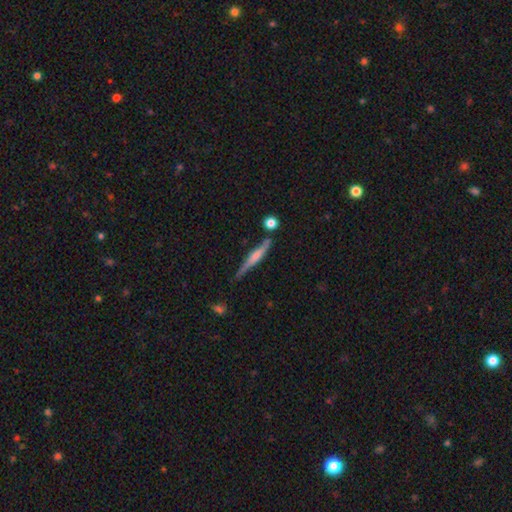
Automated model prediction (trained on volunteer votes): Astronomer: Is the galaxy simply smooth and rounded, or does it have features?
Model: featured or disk — 71%.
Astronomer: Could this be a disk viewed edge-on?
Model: yes — 97%.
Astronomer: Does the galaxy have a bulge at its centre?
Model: rounded — 69%.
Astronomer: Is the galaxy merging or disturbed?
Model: none — 82%.